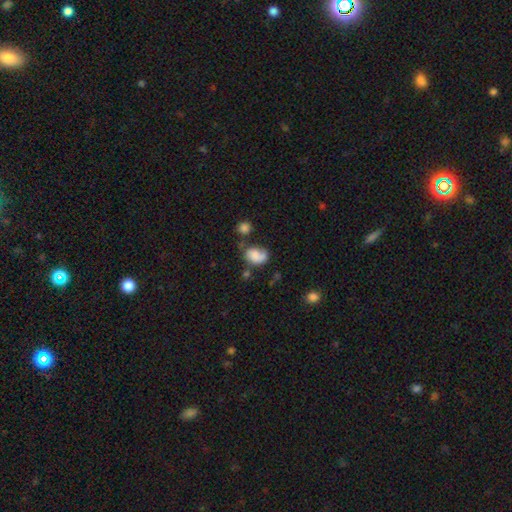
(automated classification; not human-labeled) smooth-or-featured: smooth: 69% | featured or disk: 21% | star or artifact: 10%
  how-rounded: in between: 74% | round: 25% | cigar-shaped: 1%
  merging: none: 40% | minor disturbance: 27% | major disturbance: 18% | merger: 14%